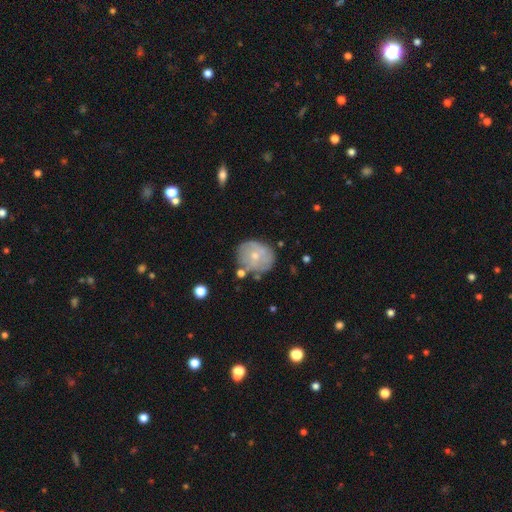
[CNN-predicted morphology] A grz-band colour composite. It shows a smooth galaxy with no disk features (53%) that is round (76%). Merging: none (63%).